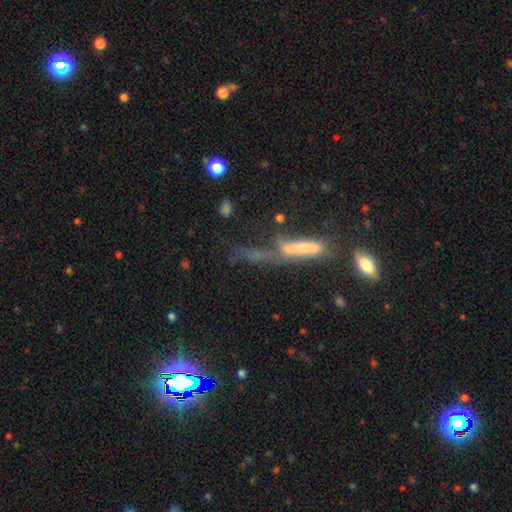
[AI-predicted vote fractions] featured or disk 41%, smooth 31%, star or artifact 29%. Down the decision tree: merging — major disturbance (32%).